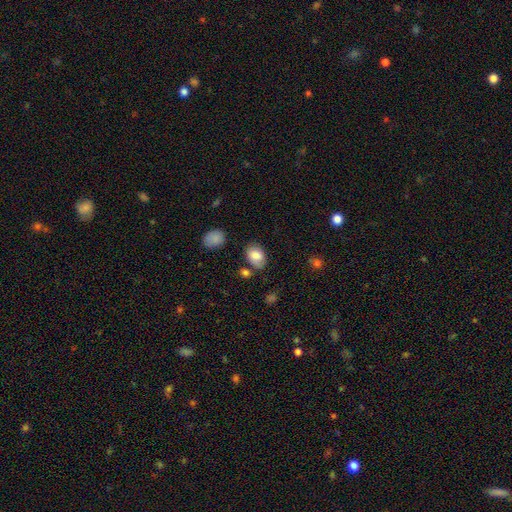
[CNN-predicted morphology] type=smooth (82%); roundness=in between (84%); merging=none (70%).